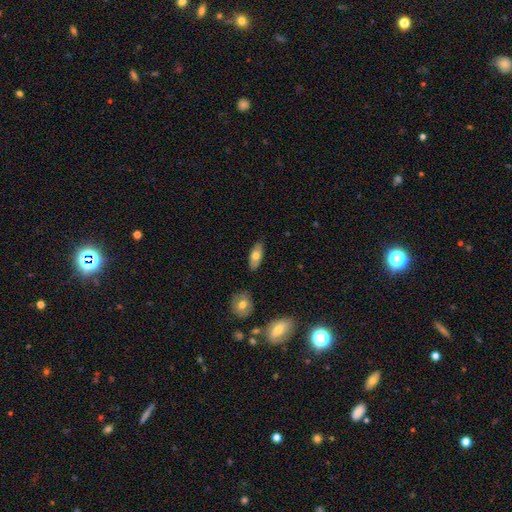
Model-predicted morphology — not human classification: This appears to be a smooth galaxy with no disk features (66%) that is in between round and cigar-shaped (82%). Merging: none (84%).